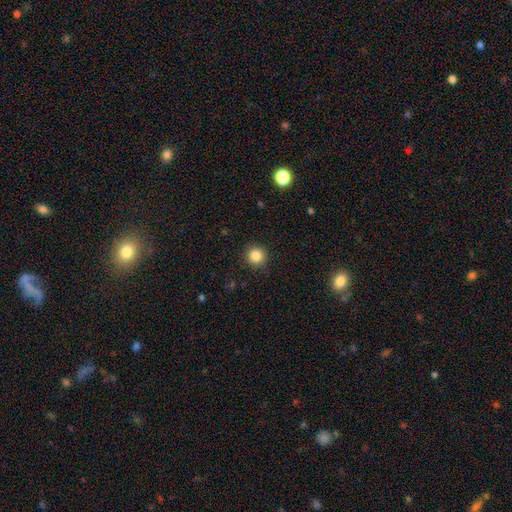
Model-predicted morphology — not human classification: type=smooth (85%); roundness=round (94%); merging=none (89%).